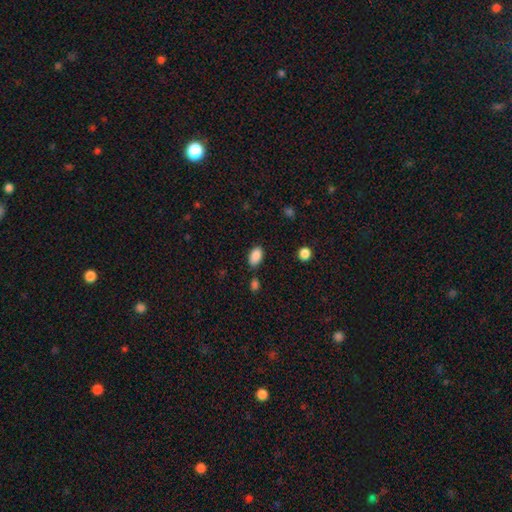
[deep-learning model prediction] smooth_or_featured: smooth (p=0.88) [alt: star or artifact p=0.08]
how_rounded: in between (p=0.92) [alt: round p=0.06]
merging: none (p=0.76) [alt: minor disturbance p=0.15]